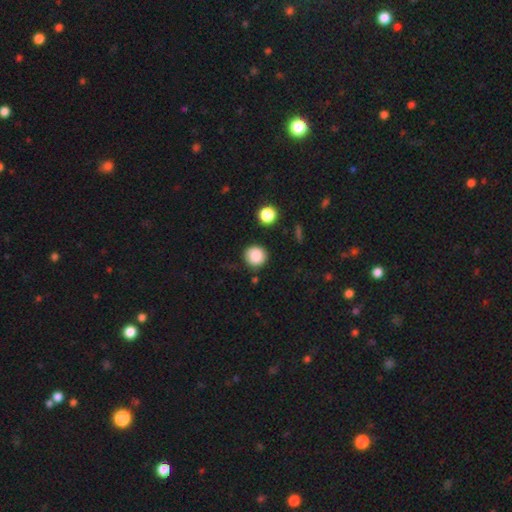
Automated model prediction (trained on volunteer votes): Morphology: type=smooth (86%); roundness=round (92%); merging=none (83%).